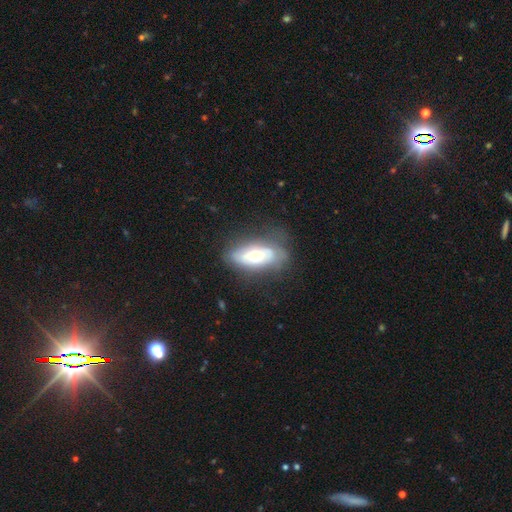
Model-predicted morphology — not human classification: type=featured or disk (49%); merging=none (61%).